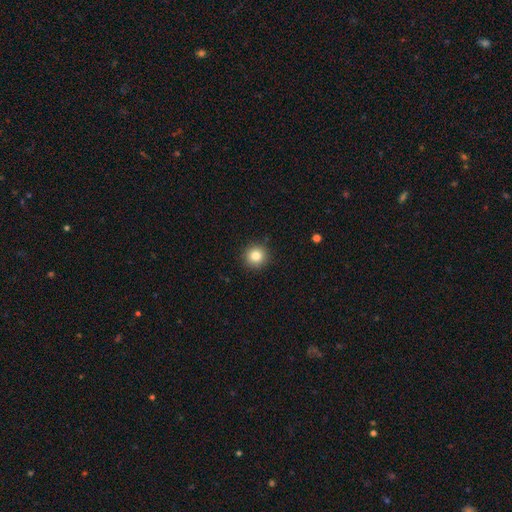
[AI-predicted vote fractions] Morphology: type=smooth (83%); roundness=round (94%); merging=none (91%).